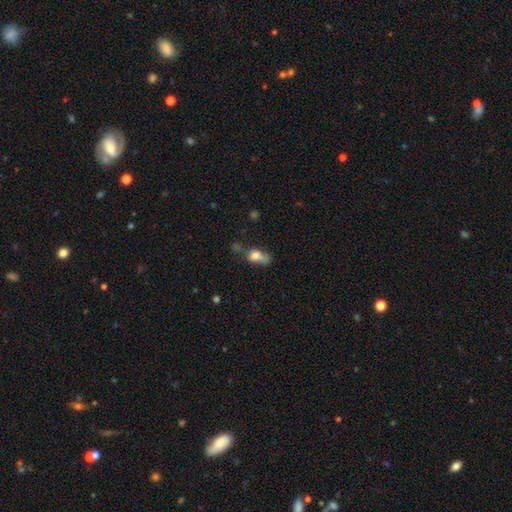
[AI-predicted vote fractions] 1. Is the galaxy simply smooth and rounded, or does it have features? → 72% smooth, 17% featured or disk, 11% star or artifact.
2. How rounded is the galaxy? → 69% in between, 22% round, 8% cigar-shaped.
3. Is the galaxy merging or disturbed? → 28% none, 27% minor disturbance, 26% major disturbance, 19% merger.